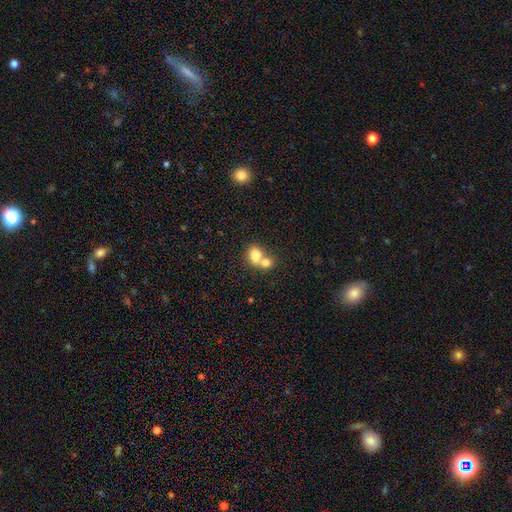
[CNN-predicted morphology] Smooth or featured? smooth (77%)
How rounded? in between (51%)
Merging? merger (63%)